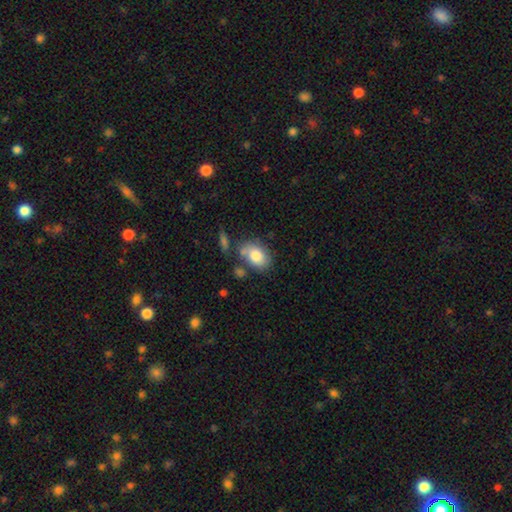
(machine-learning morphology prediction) type=smooth (79%); roundness=in between (81%); merging=none (60%).